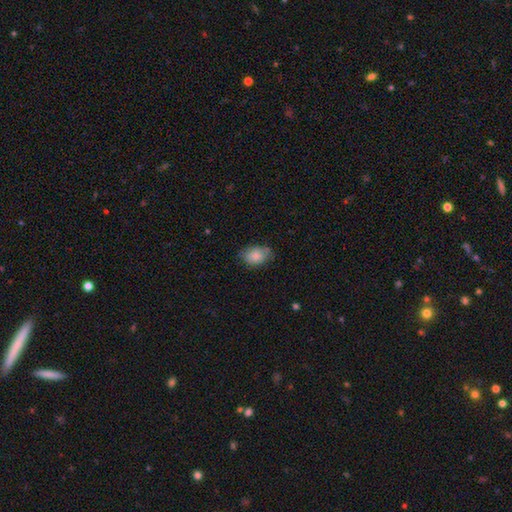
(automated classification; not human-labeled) Morphology: type=smooth (83%); roundness=in between (81%); merging=none (67%).